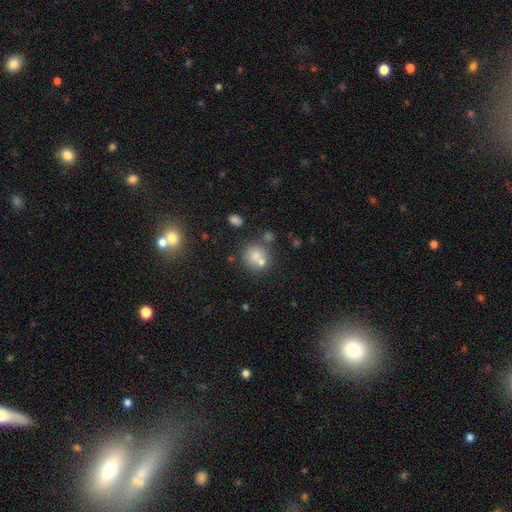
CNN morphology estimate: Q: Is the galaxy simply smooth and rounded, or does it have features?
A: smooth — 71%.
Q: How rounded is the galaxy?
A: round — 85%.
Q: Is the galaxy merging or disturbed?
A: none — 56%.